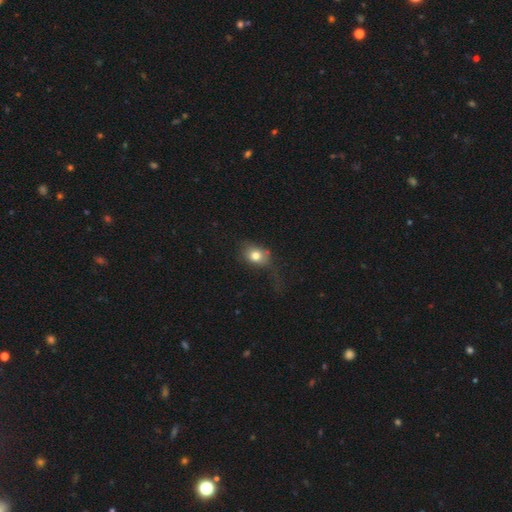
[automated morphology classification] smooth 77%, featured or disk 12%, star or artifact 11%. Down the decision tree: how rounded — in between (55%); merging — none (46%).